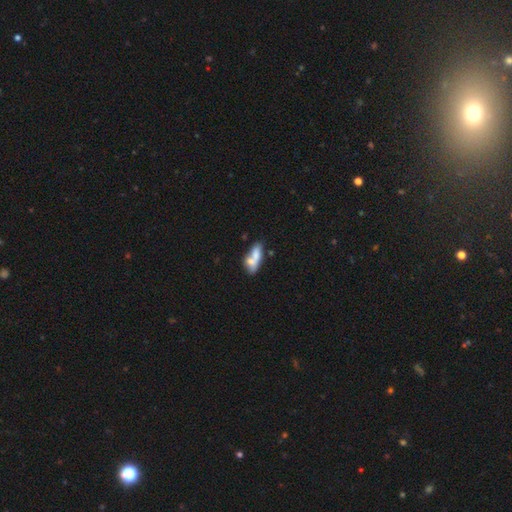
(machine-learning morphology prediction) type=smooth (66%); roundness=in between (69%); merging=merger (47%).